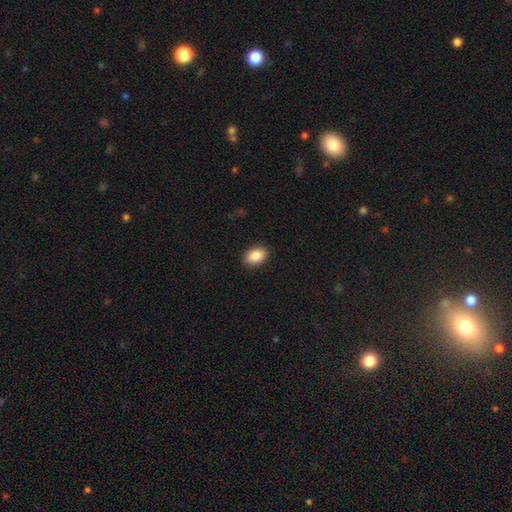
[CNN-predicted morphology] A smooth galaxy with no disk features (88%) that is in between round and cigar-shaped (85%).

Vote fractions:
- Smooth or featured? smooth: 88% / star or artifact: 8% / featured or disk: 5%
- How rounded? in between: 85% / round: 14% / cigar-shaped: 1%
- Merging? none: 90% / minor disturbance: 7% / major disturbance: 2% / merger: 1%